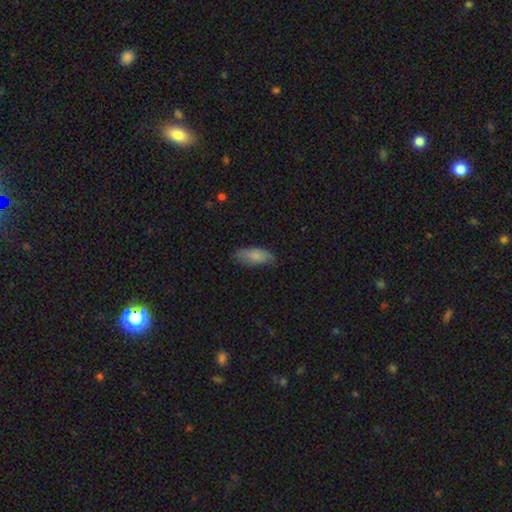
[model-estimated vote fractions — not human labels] This appears to be a smooth galaxy with no disk features (74%) that is in between round and cigar-shaped (87%). Merging: none (64%).